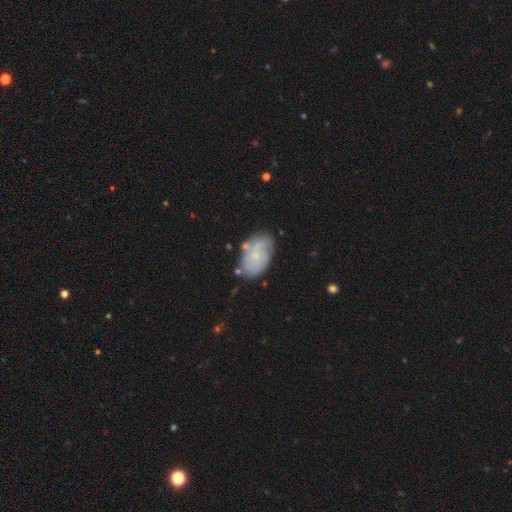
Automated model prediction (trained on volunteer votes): smooth-or-featured: smooth: 47% | featured or disk: 45% | star or artifact: 8%
  merging: none: 63% | minor disturbance: 24% | merger: 7% | major disturbance: 7%